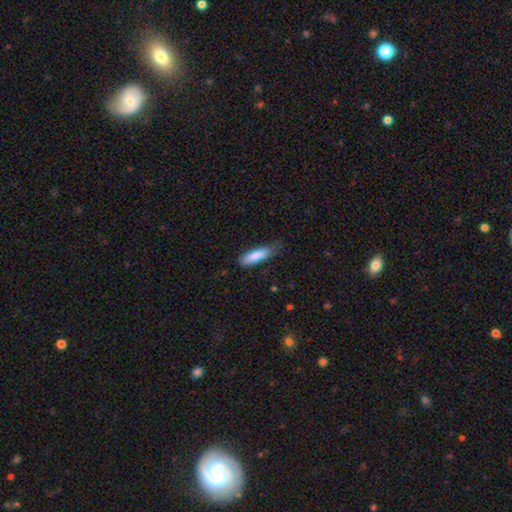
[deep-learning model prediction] Q: Smooth or featured?
A: smooth (84%); runner-up: featured or disk (10%)
Q: How rounded?
A: cigar-shaped (57%); runner-up: in between (42%)
Q: Merging?
A: none (67%); runner-up: minor disturbance (27%)